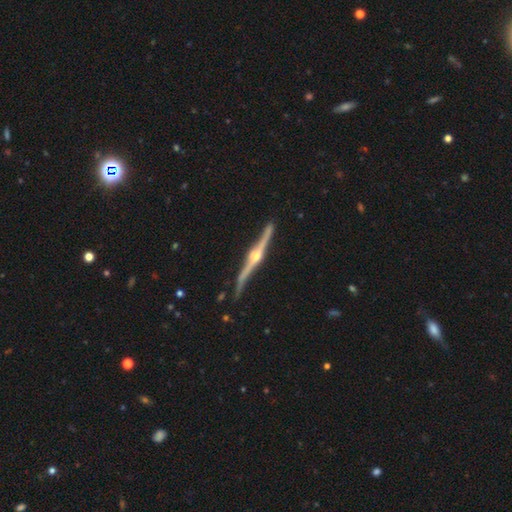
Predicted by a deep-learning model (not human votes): The model was most divided on "merging": none: 84%, minor disturbance: 12%, major disturbance: 2%, merger: 2%. More confident: edge-on disk — yes (98%); edge-on bulge — rounded (92%); smooth or featured — featured or disk (90%).